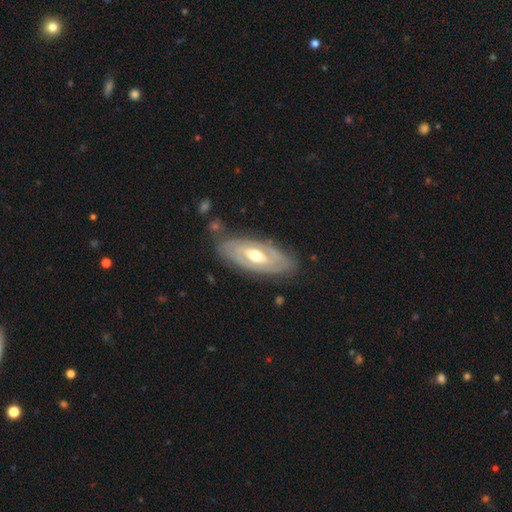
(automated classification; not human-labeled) smooth_or_featured: featured or disk (p=0.78) [alt: smooth p=0.18]
disk_edge_on: no (p=0.89) [alt: yes p=0.11]
bar: no (p=0.48) [alt: weak p=0.34]
has_spiral_arms: yes (p=0.69) [alt: no p=0.31]
bulge_size: moderate (p=0.73) [alt: small p=0.17]
merging: none (p=0.76) [alt: minor disturbance p=0.16]